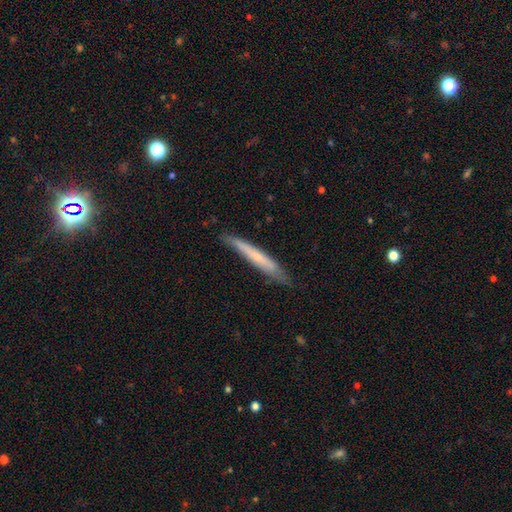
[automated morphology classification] Smooth or featured?
  - smooth: 55% *
  - featured or disk: 39%
  - star or artifact: 6%
How rounded?
  - cigar-shaped: 95% *
  - in between: 3%
  - round: 1%
Merging?
  - none: 80% *
  - minor disturbance: 16%
  - major disturbance: 3%
  - merger: 1%